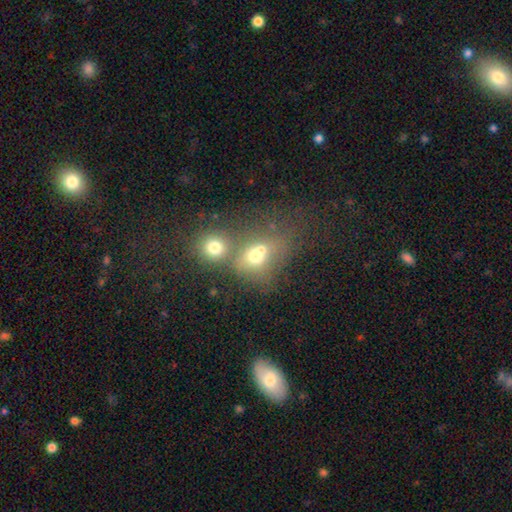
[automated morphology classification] smooth 63%, featured or disk 19%, star or artifact 18%. Down the decision tree: how rounded — round (64%); merging — merger (61%).